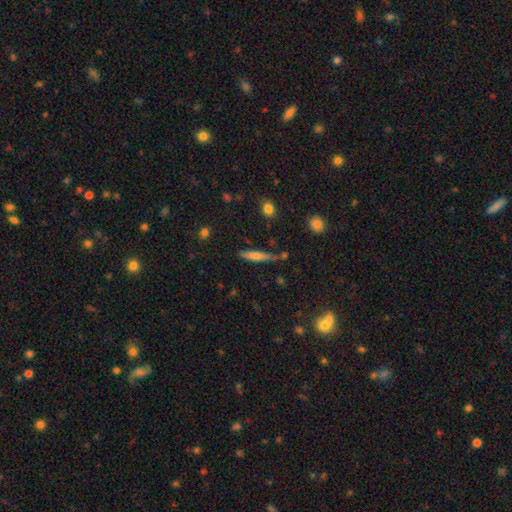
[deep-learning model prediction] Q: Smooth or featured?
A: smooth (61%); runner-up: featured or disk (31%)
Q: How rounded?
A: cigar-shaped (87%); runner-up: in between (11%)
Q: Merging?
A: none (72%); runner-up: minor disturbance (17%)